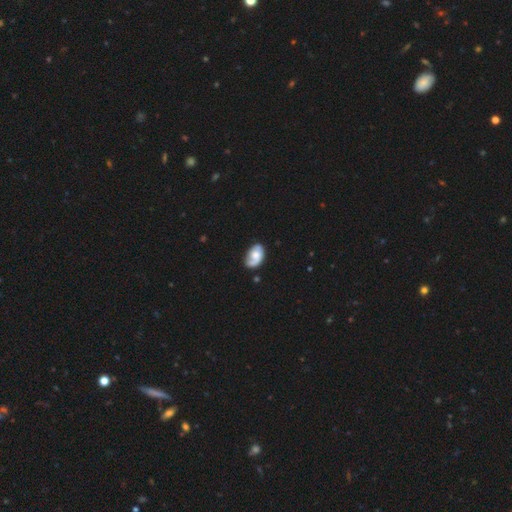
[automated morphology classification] featured or disk 54%, smooth 39%, star or artifact 7%. Down the decision tree: edge-on disk — no (96%); bar — no (74%); spiral arms — yes (83%); bulge size — moderate (46%); merging — none (55%).